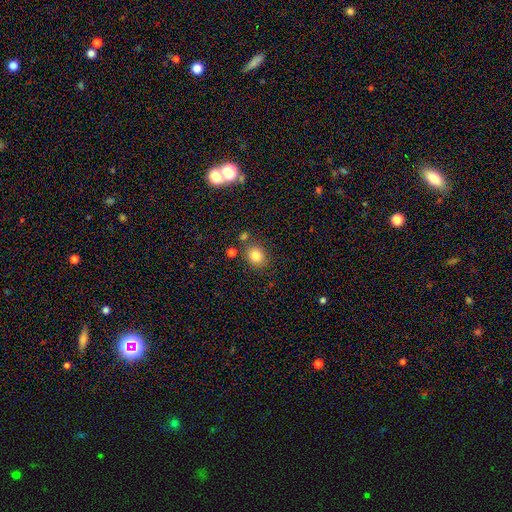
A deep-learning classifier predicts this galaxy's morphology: Smooth or featured: smooth — 82% (star or artifact — 11%)
How rounded: round — 67% (in between — 32%)
Merging: none — 76% (minor disturbance — 11%)